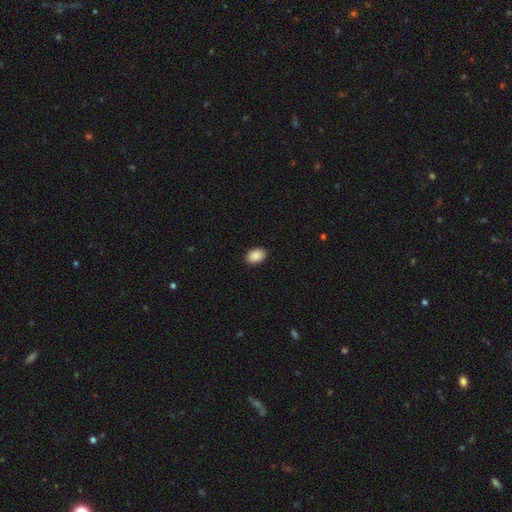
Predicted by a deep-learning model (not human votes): Smooth or featured: smooth — 90% (star or artifact — 7%)
How rounded: in between — 84% (round — 15%)
Merging: none — 91% (minor disturbance — 7%)